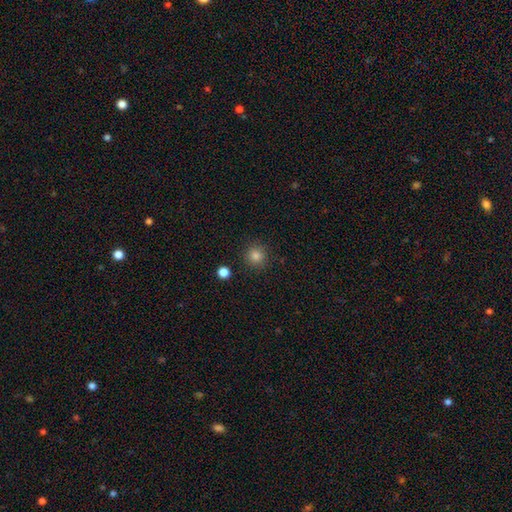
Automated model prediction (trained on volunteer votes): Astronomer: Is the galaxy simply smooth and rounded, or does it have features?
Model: smooth — 82%.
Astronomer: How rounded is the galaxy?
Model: round — 94%.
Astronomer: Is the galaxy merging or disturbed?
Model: none — 90%.